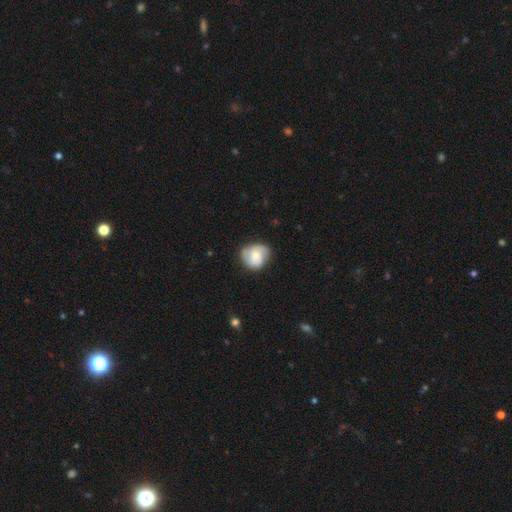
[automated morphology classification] smooth_or_featured: smooth (p=0.48) [alt: featured or disk p=0.45]
merging: none (p=0.69) [alt: minor disturbance p=0.23]